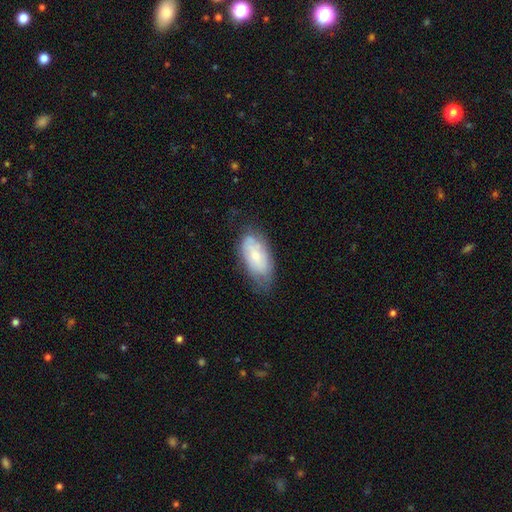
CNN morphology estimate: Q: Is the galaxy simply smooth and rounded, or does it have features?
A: smooth — 57%.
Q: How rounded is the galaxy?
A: in between — 92%.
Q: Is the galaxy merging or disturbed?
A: none — 57%.